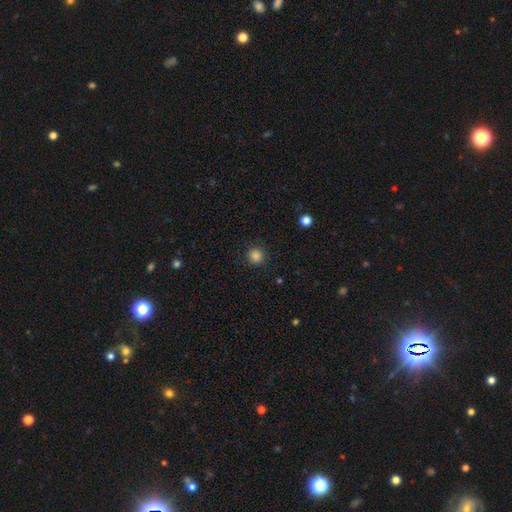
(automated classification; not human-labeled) smooth_or_featured: smooth (p=0.86) [alt: star or artifact p=0.12]
how_rounded: round (p=0.94) [alt: in between p=0.05]
merging: none (p=0.91) [alt: minor disturbance p=0.06]